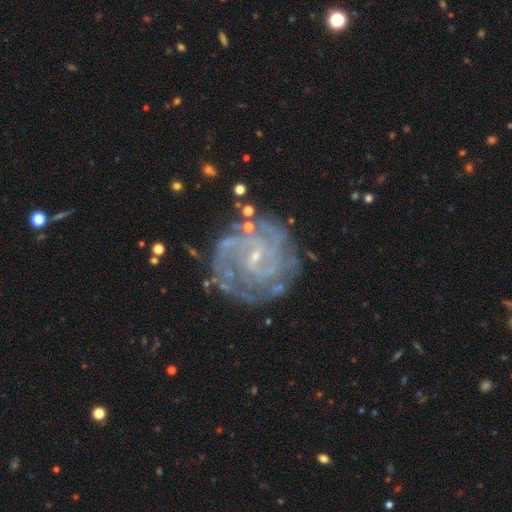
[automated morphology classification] type=featured or disk (89%); edge-on=no (98%); bar=weak (47%); spiral arms=yes (97%); winding=tight (69%); arm count=2 (26%); bulge=small (84%); merging=none (75%).